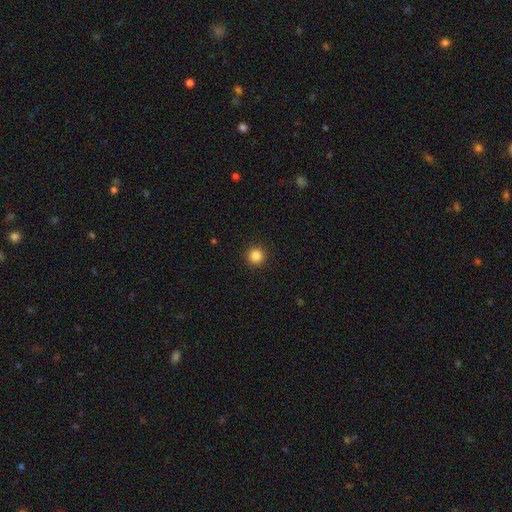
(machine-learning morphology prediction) Smooth or featured: smooth — 85% (star or artifact — 11%)
How rounded: round — 96% (in between — 3%)
Merging: none — 93% (minor disturbance — 4%)